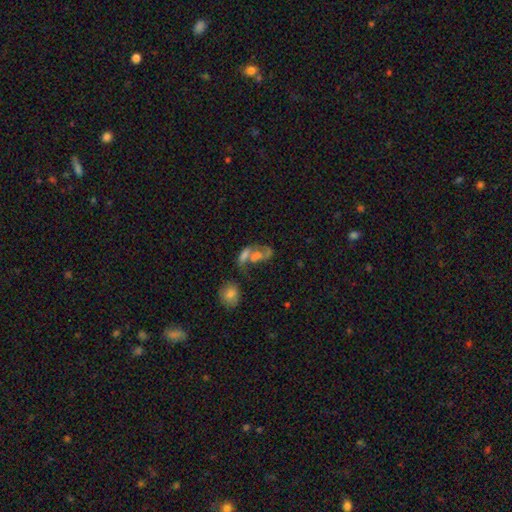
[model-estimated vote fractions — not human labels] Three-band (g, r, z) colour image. It shows a featured or disk galaxy (42%). Merging: merger (47%).